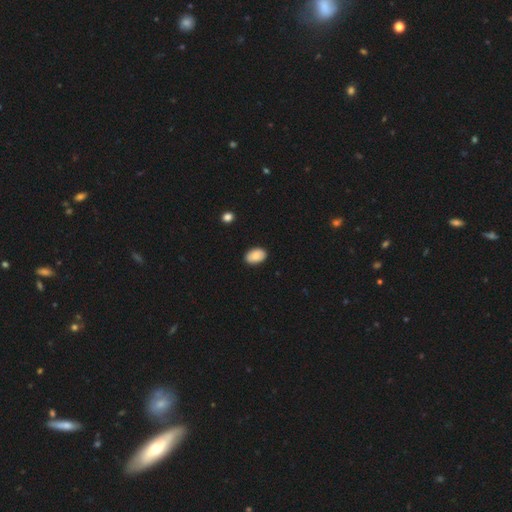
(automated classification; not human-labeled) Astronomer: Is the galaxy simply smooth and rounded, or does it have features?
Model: smooth — 86%.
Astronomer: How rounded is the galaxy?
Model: in between — 89%.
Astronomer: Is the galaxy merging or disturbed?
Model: none — 88%.